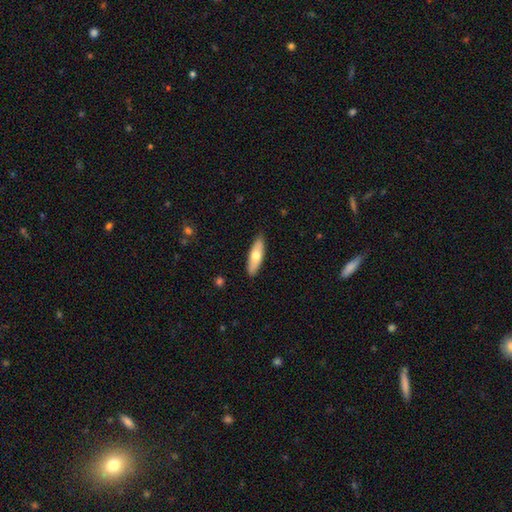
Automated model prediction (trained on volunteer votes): A smooth galaxy with no disk features (65%) that is cigar-shaped (51%). Merging: none (87%).